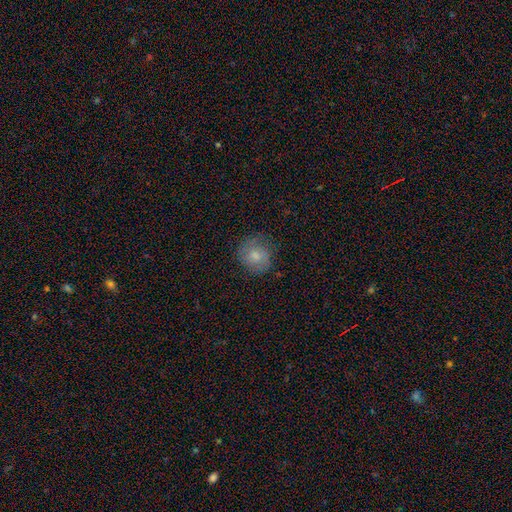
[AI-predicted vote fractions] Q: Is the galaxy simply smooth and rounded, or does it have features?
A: smooth — 72%.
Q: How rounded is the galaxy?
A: round — 83%.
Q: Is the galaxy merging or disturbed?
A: none — 71%.